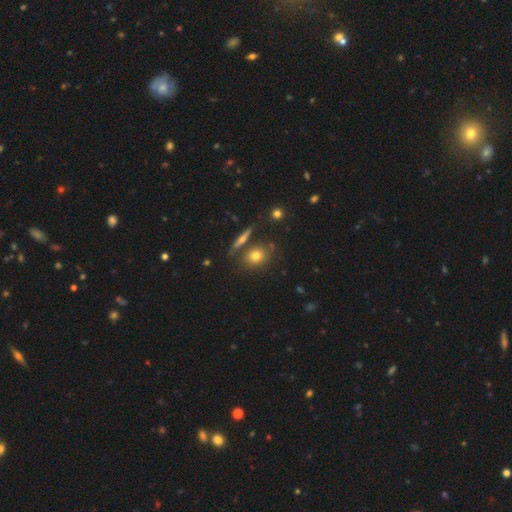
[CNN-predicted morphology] type=smooth (73%); roundness=round (58%); merging=none (70%).